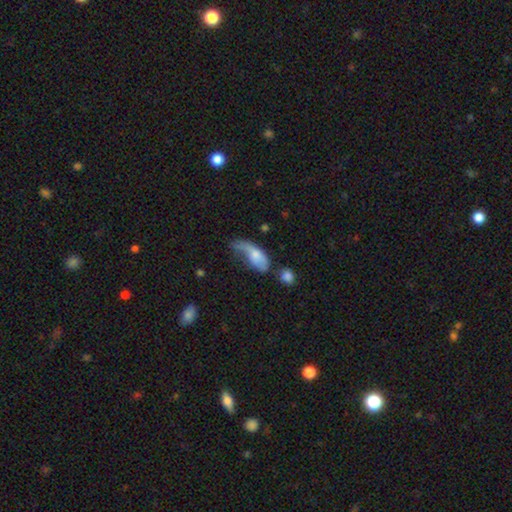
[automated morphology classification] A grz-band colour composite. It shows a smooth galaxy with no disk features (66%) that is in between round and cigar-shaped (81%). Merging: major disturbance (45%).